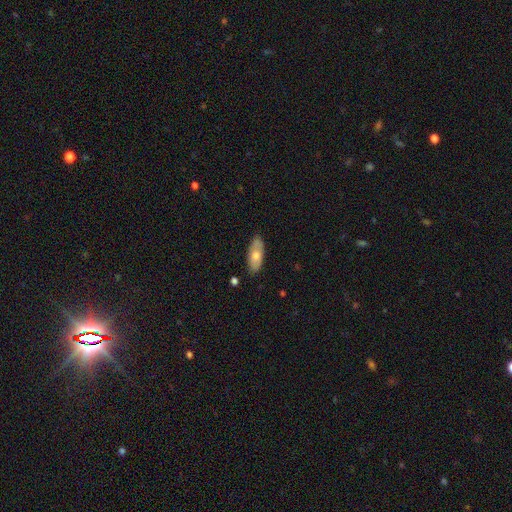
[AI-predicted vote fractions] Smooth or featured?
  - smooth: 60% *
  - featured or disk: 34%
  - star or artifact: 6%
How rounded?
  - in between: 82% *
  - cigar-shaped: 16%
  - round: 3%
Merging?
  - none: 80% *
  - minor disturbance: 15%
  - major disturbance: 3%
  - merger: 2%